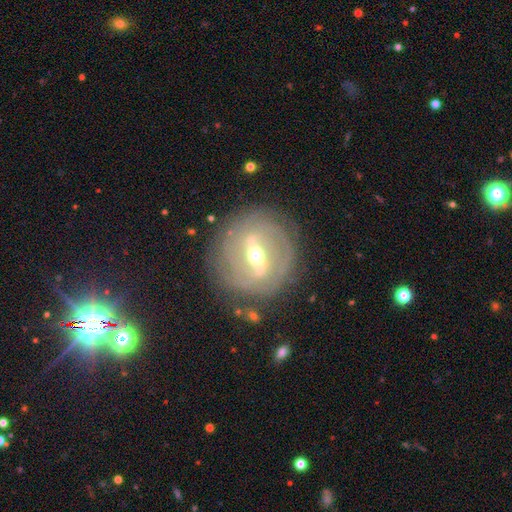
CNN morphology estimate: Smooth or featured?
  - featured or disk: 84% *
  - smooth: 10%
  - star or artifact: 6%
Edge-on disk?
  - no: 90% *
  - yes: 10%
Bar?
  - strong: 64% *
  - weak: 28%
  - no: 8%
Spiral arms?
  - yes: 81% *
  - no: 19%
Spiral winding?
  - tight: 69% *
  - medium: 22%
  - loose: 9%
Spiral arm count?
  - can't tell: 37% *
  - 2: 33%
  - 3: 14%
  - 4: 8%
  - 1: 5%
  - more than 4: 5%
Bulge size?
  - moderate: 62% *
  - small: 33%
  - large: 3%
  - dominant: 1%
  - none: 1%
Merging?
  - none: 82% *
  - minor disturbance: 12%
  - major disturbance: 4%
  - merger: 2%